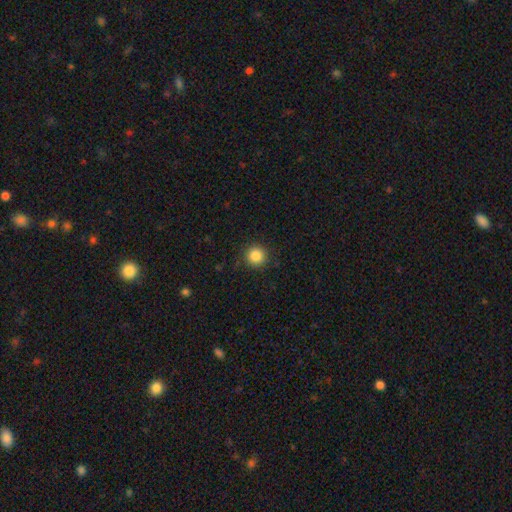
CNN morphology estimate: This is clearly a smooth galaxy (86%). How rounded: clearly round (95%). Merging: clearly none (91%).